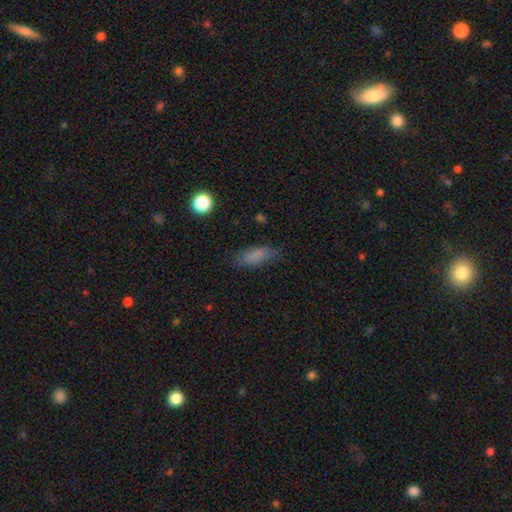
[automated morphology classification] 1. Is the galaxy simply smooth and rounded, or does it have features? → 80% smooth, 10% star or artifact, 9% featured or disk.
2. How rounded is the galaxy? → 67% in between, 30% cigar-shaped, 3% round.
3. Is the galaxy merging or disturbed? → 79% none, 16% minor disturbance, 4% major disturbance, 1% merger.